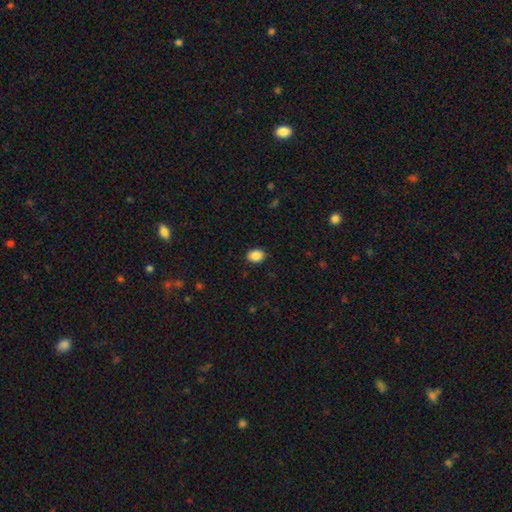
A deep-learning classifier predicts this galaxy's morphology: type=smooth (88%); roundness=in between (71%); merging=none (89%).